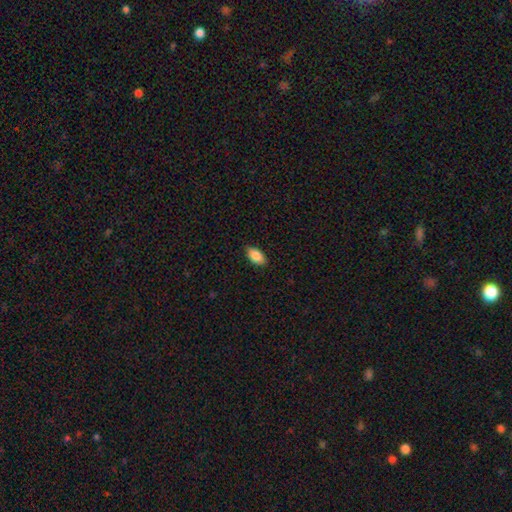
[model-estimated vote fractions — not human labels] Morphology: type=smooth (86%); roundness=in between (93%); merging=none (87%).